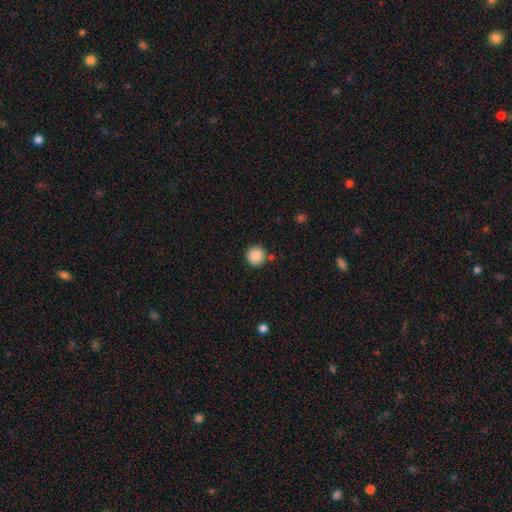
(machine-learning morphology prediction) smooth-or-featured: smooth: 88% | star or artifact: 9% | featured or disk: 3%
  how-rounded: round: 95% | in between: 4% | cigar-shaped: 1%
  merging: none: 86% | minor disturbance: 8% | merger: 4% | major disturbance: 3%